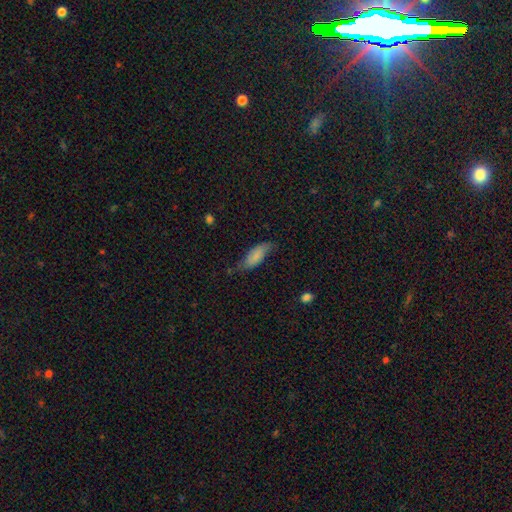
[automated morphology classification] smooth 72%, featured or disk 21%, star or artifact 7%. Down the decision tree: how rounded — in between (78%); merging — none (54%).